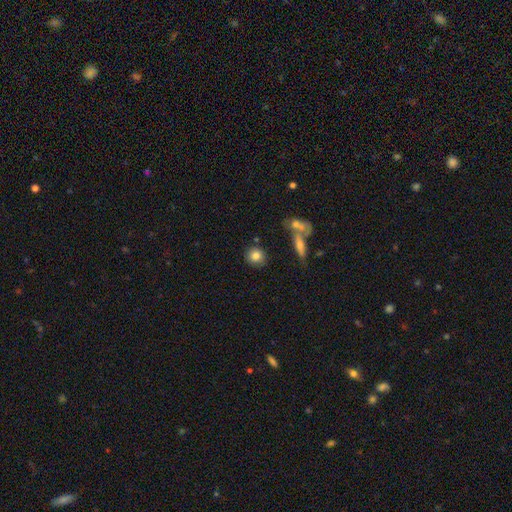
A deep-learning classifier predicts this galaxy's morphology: This appears to be a smooth galaxy with no disk features (81%) that is round (84%). Merging: none (79%).